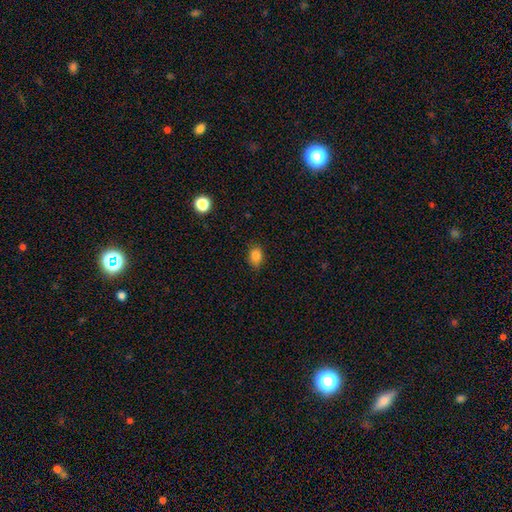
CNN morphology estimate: This appears to be a smooth galaxy with no disk features (84%) that is in between round and cigar-shaped (72%). Merging: none (81%).